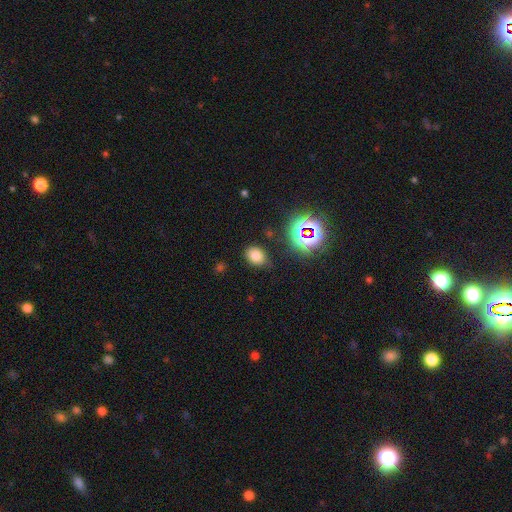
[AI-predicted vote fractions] smooth_or_featured: smooth (p=0.72) [alt: star or artifact p=0.20]
how_rounded: in between (p=0.65) [alt: round p=0.34]
merging: none (p=0.77) [alt: minor disturbance p=0.16]